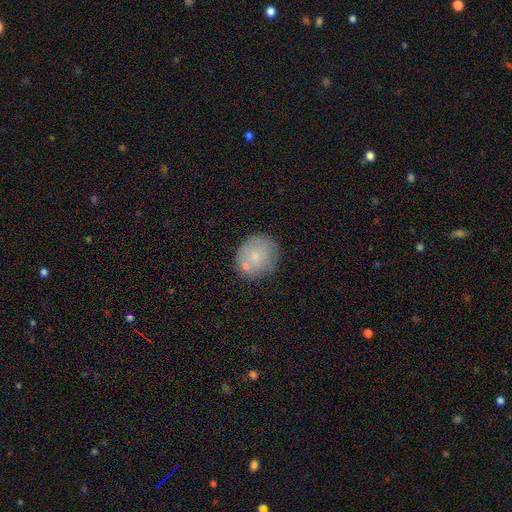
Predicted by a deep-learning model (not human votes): A smooth galaxy with no disk features (71%) that is round (81%). Merging: none (64%).